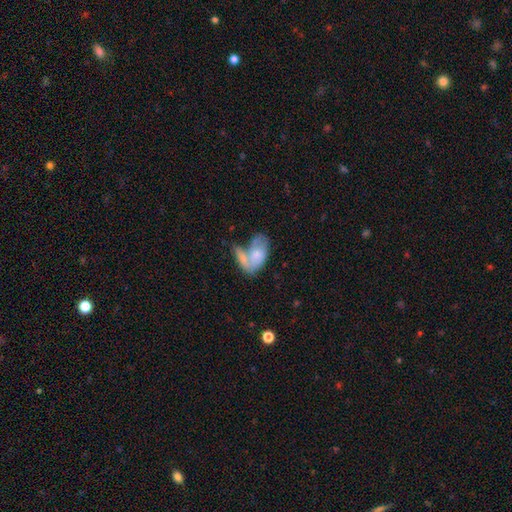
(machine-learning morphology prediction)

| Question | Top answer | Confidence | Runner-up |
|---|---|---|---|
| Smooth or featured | smooth | 66% | featured or disk (28%) |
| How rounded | in between | 91% | round (6%) |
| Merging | merger | 57% | none (20%) |